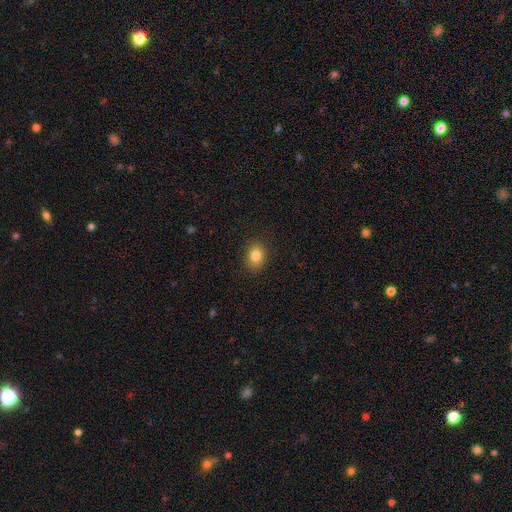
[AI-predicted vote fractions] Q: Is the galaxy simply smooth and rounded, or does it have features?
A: smooth — 84%.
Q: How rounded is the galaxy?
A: in between — 62%.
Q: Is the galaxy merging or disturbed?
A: none — 87%.